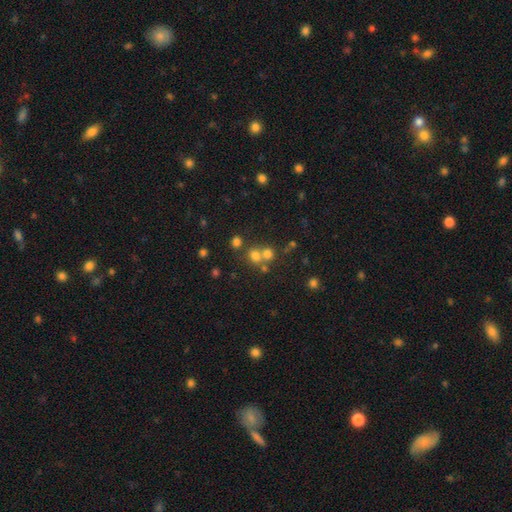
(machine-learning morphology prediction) Smooth or featured: smooth — 67% (star or artifact — 21%)
How rounded: round — 82% (in between — 17%)
Merging: none — 48% (merger — 42%)